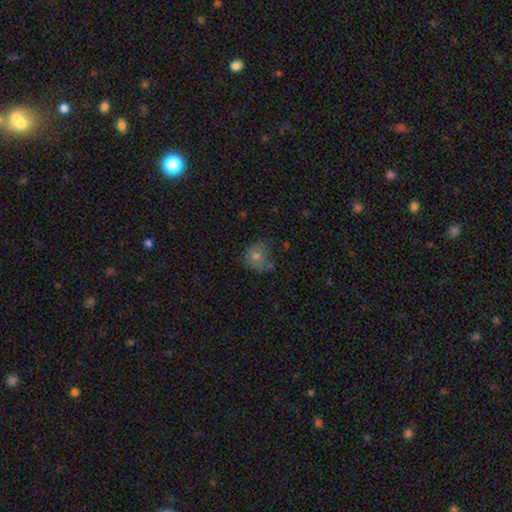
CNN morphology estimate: type=smooth (66%); roundness=round (81%); merging=none (56%).